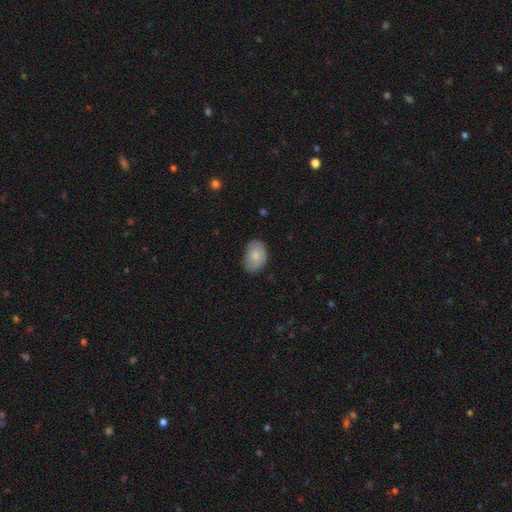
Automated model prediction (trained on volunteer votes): Morphology: type=smooth (77%); roundness=in between (84%); merging=none (73%).